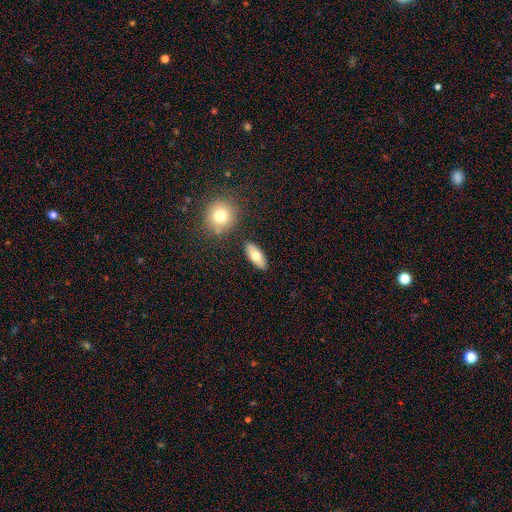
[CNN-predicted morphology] A smooth galaxy with no disk features (72%) that is in between round and cigar-shaped (79%).

Vote fractions:
- Smooth or featured? smooth: 72% / featured or disk: 22% / star or artifact: 7%
- How rounded? in between: 79% / cigar-shaped: 17% / round: 4%
- Merging? none: 85% / minor disturbance: 9% / merger: 4% / major disturbance: 2%